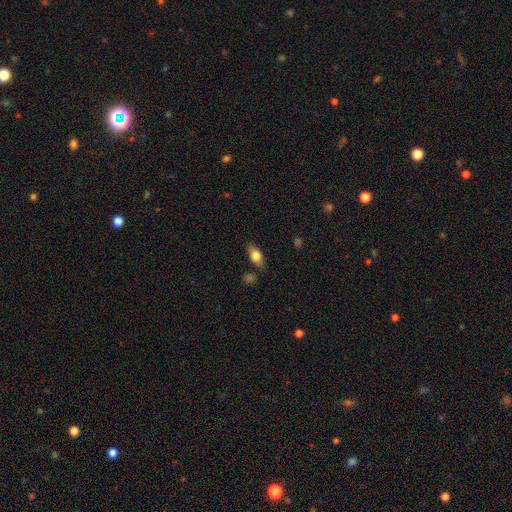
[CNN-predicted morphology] Q: Smooth or featured?
A: smooth (76%); runner-up: featured or disk (17%)
Q: How rounded?
A: in between (84%); runner-up: cigar-shaped (9%)
Q: Merging?
A: none (79%); runner-up: minor disturbance (15%)